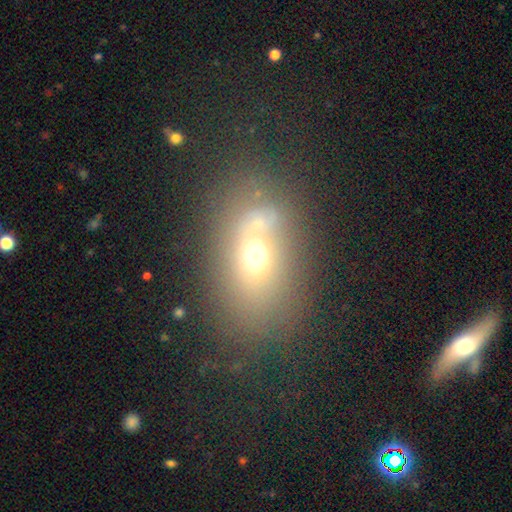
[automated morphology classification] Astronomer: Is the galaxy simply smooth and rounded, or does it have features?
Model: smooth — 57%.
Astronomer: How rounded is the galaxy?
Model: in between — 72%.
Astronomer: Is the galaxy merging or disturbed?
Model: none — 45% (runner-up: merger, 26%).